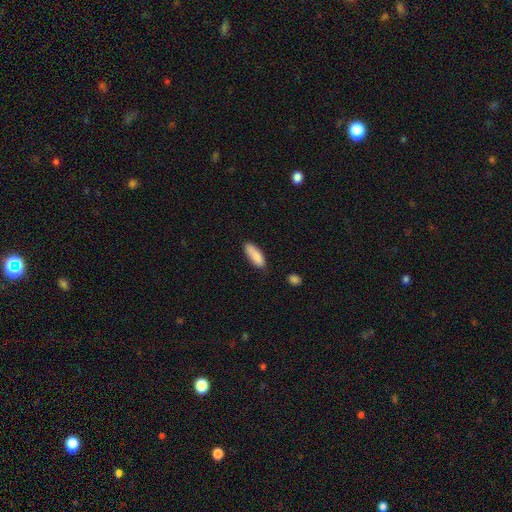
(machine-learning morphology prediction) A smooth galaxy with no disk features (87%) that is in between round and cigar-shaped (62%).

Vote fractions:
- Smooth or featured? smooth: 87% / featured or disk: 7% / star or artifact: 6%
- How rounded? in between: 62% / cigar-shaped: 36% / round: 2%
- Merging? none: 74% / minor disturbance: 20% / major disturbance: 3% / merger: 3%